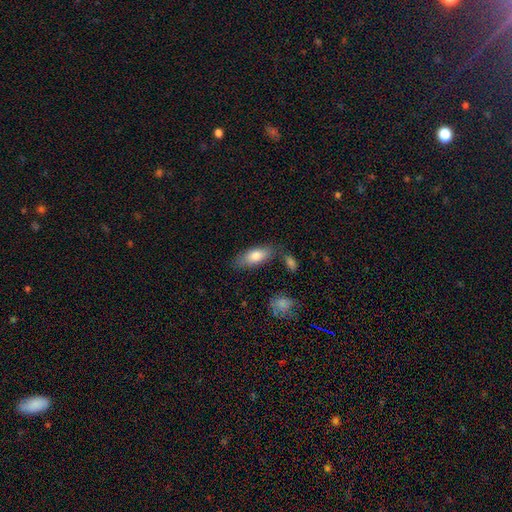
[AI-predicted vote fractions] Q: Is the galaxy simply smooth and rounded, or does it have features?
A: smooth — 79%.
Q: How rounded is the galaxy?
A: in between — 80%.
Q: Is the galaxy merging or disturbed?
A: none — 71%.